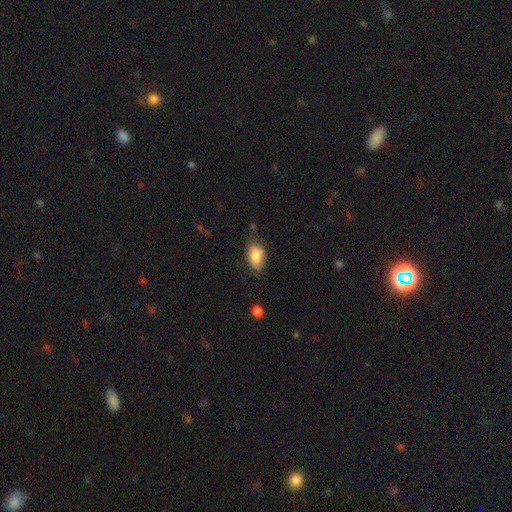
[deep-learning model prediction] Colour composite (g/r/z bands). It shows a smooth galaxy with no disk features (83%) that is in between round and cigar-shaped (90%). Merging: none (66%).